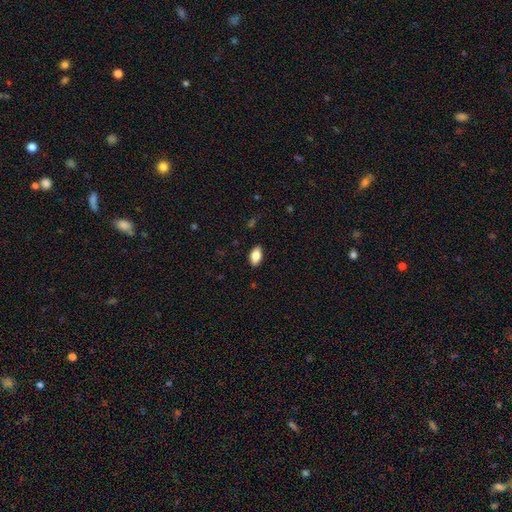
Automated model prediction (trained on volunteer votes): The model was most divided on "smooth or featured": smooth: 86%, star or artifact: 7%, featured or disk: 7%. More confident: how rounded — in between (92%); merging — none (88%).